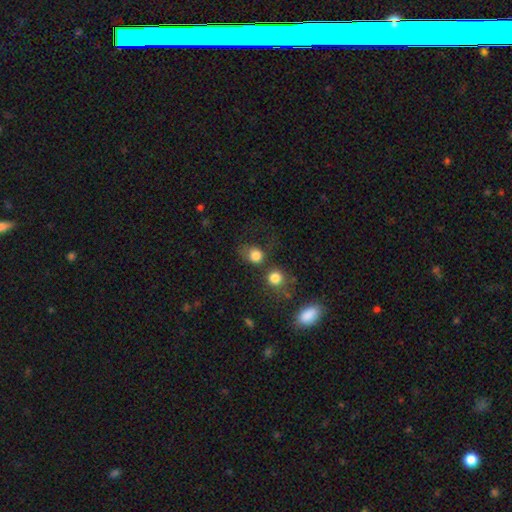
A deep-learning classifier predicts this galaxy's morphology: A smooth galaxy with no disk features (80%) that is round (77%).

Vote fractions:
- Smooth or featured? smooth: 80% / star or artifact: 12% / featured or disk: 8%
- How rounded? round: 77% / in between: 22% / cigar-shaped: 1%
- Merging? none: 44% / merger: 24% / minor disturbance: 17% / major disturbance: 15%